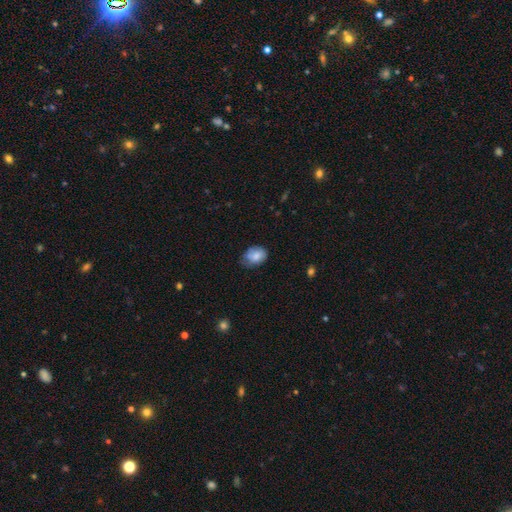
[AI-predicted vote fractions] Smooth or featured: smooth — 75% (featured or disk — 17%)
How rounded: in between — 68% (round — 31%)
Merging: none — 53% (minor disturbance — 35%)